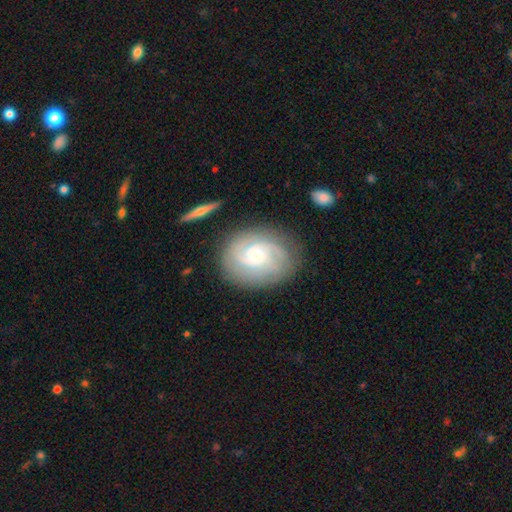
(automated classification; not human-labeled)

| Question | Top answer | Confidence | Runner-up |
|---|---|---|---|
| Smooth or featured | featured or disk | 82% | smooth (12%) |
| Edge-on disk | no | 97% | yes (3%) |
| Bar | no | 54% | weak (39%) |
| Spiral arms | yes | 97% | no (3%) |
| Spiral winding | tight | 57% | medium (35%) |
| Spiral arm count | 2 | 35% | 3 (32%) |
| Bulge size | moderate | 39% | small (33%) |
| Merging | none | 78% | minor disturbance (14%) |